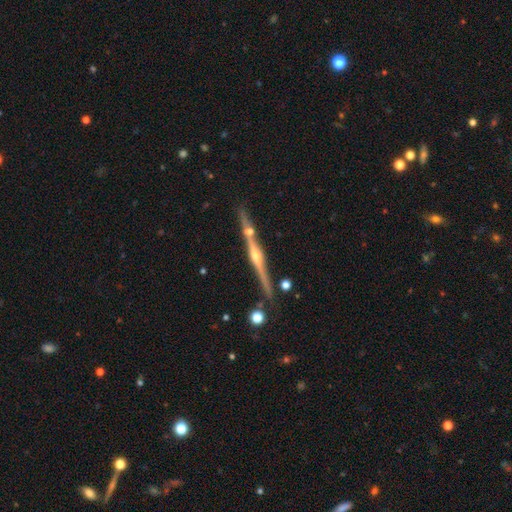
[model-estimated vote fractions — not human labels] Smooth or featured? featured or disk (85%)
Edge-on disk? yes (98%)
Edge-on bulge? rounded (89%)
Merging? none (81%)